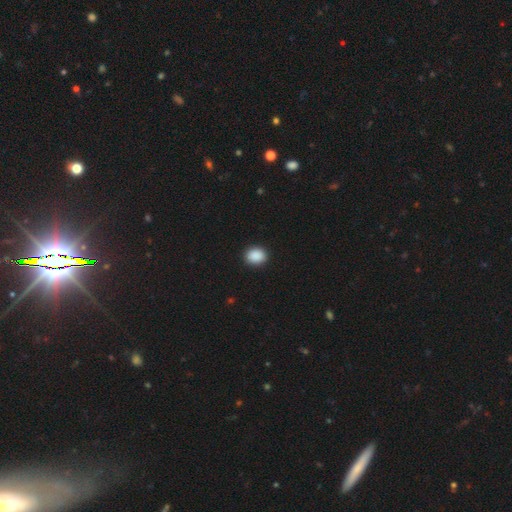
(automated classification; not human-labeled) Morphology: type=smooth (90%); roundness=round (51%); merging=none (91%).